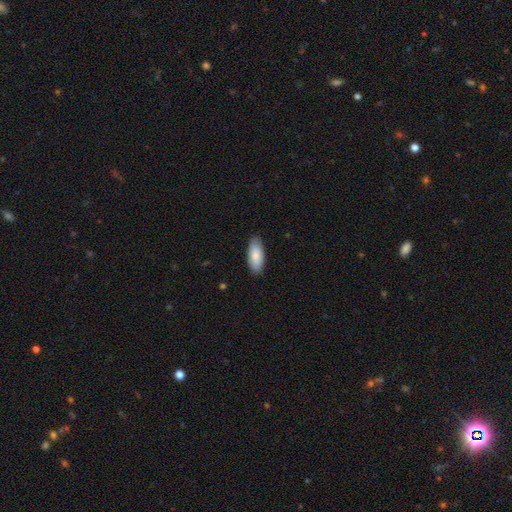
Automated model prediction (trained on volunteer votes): The model was most divided on "how rounded": in between: 86%, cigar-shaped: 12%, round: 2%. More confident: merging — none (86%); smooth or featured — smooth (85%).